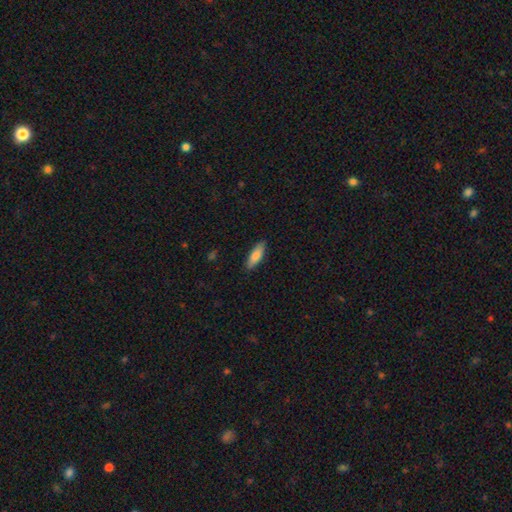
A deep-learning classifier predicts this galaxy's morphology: The model was most divided on "how rounded": in between: 52%, cigar-shaped: 46%, round: 2%. More confident: merging — none (88%); smooth or featured — smooth (80%).